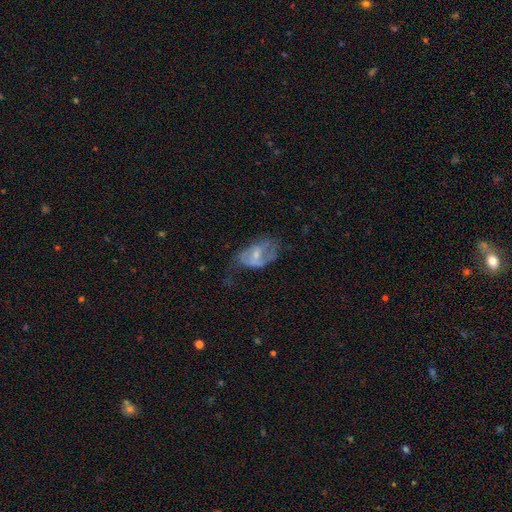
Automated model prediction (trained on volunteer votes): A featured or disk galaxy (59%) with a weak bar (43%), spiral arms (58%) and a small central bulge (56%). Merging: major disturbance (35%).